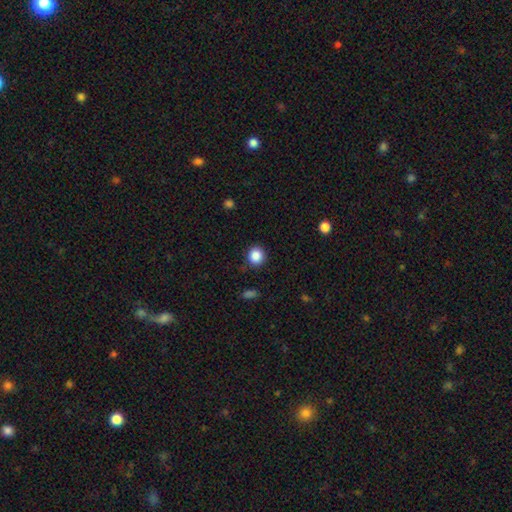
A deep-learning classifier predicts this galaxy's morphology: Smooth or featured? Predicted: smooth (p=0.87). How rounded? Predicted: round (p=0.87). Merging? Predicted: none (p=0.87).